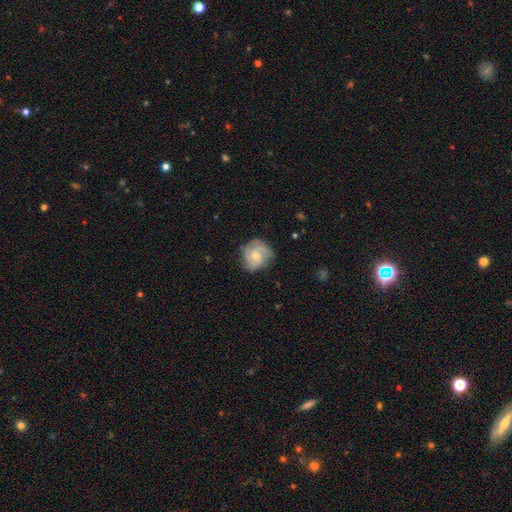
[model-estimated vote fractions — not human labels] The model was most divided on "spiral arm count": 3: 36%, 2: 33%, can't tell: 17%, 4: 6%, 1: 4%, more than 4: 4%. Remaining: edge-on disk — no (98%); spiral arms — yes (94%); merging — none (74%); smooth or featured — featured or disk (73%); bar — no (66%); spiral winding — tight (56%); bulge size — moderate (49%).